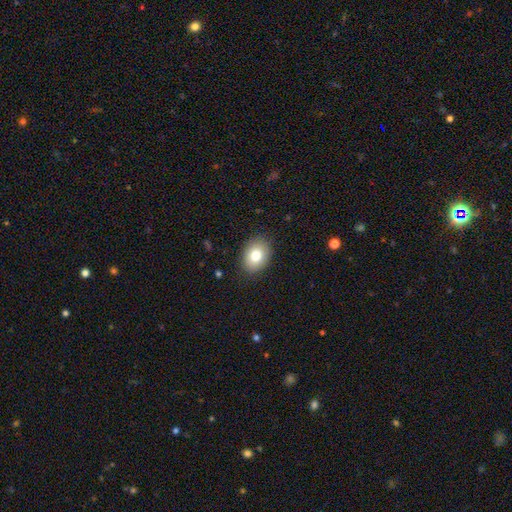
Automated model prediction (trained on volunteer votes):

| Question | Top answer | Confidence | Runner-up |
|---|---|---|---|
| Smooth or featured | smooth | 81% | featured or disk (11%) |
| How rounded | in between | 72% | round (27%) |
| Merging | none | 86% | minor disturbance (10%) |